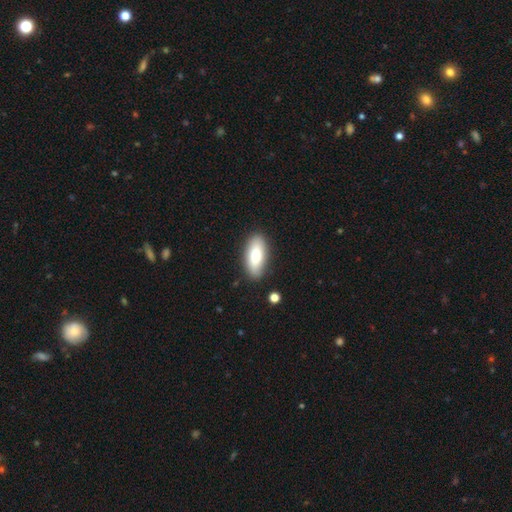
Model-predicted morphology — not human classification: This is likely a smooth galaxy (76%). How rounded: clearly in between (84%). Merging: clearly none (86%).